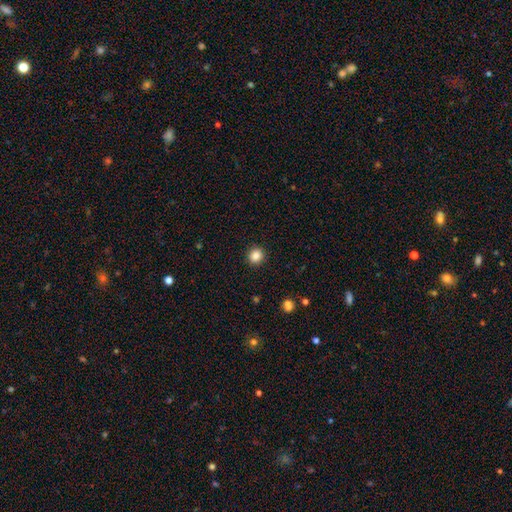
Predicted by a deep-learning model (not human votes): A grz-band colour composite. It shows a smooth galaxy with no disk features (86%) that is round (90%). Merging: none (92%).